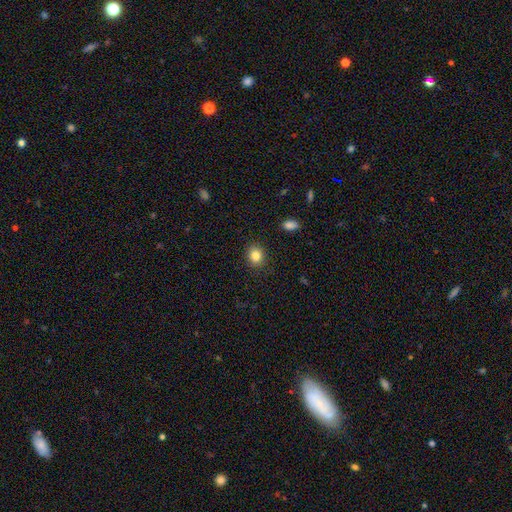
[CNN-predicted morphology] This is clearly a smooth galaxy (84%). How rounded: likely round (72%). Merging: clearly none (89%).